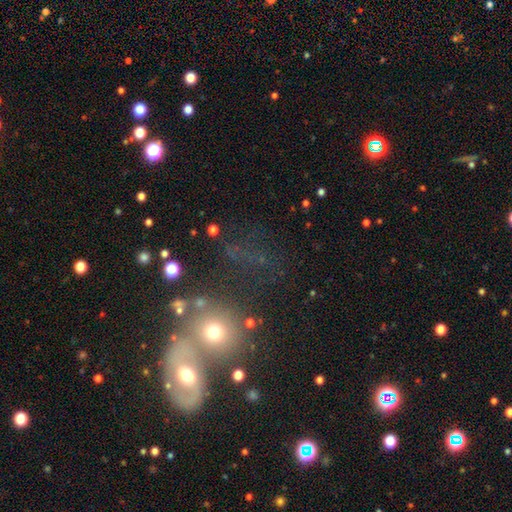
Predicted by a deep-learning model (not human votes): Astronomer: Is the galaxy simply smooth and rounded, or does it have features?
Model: smooth — 45% (runner-up: featured or disk, 29%).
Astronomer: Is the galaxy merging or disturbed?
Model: merger — 52% (runner-up: none, 28%).